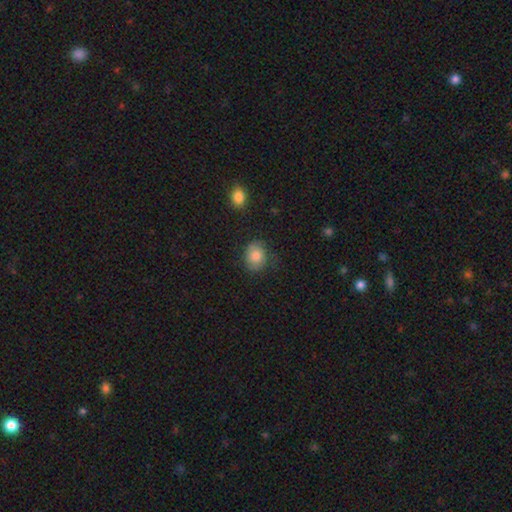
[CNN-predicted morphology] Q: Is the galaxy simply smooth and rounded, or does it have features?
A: smooth — 79%.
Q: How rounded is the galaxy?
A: round — 54%.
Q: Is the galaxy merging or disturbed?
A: none — 66%.